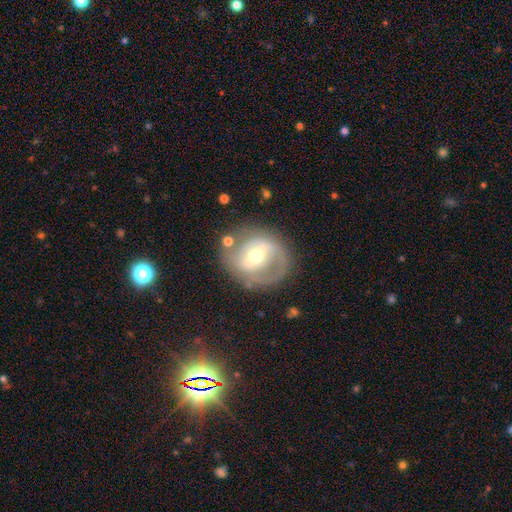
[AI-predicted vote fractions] This appears to be a featured or disk galaxy (71%) with a weak bar (39%), spiral arms (60%) and a moderate central bulge (64%). Merging: none (69%).